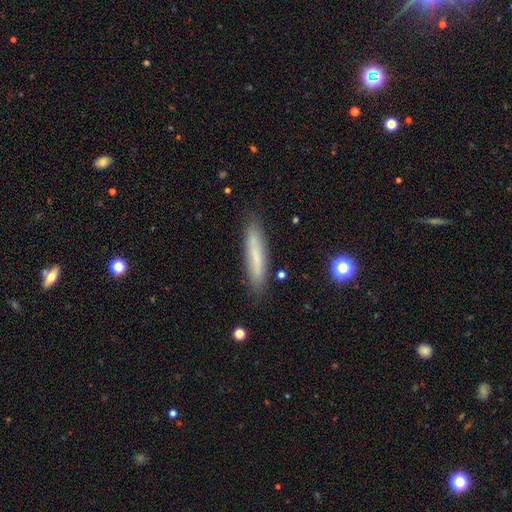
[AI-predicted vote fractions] Q: Smooth or featured?
A: smooth (68%); runner-up: featured or disk (24%)
Q: How rounded?
A: cigar-shaped (90%); runner-up: in between (9%)
Q: Merging?
A: none (85%); runner-up: minor disturbance (11%)